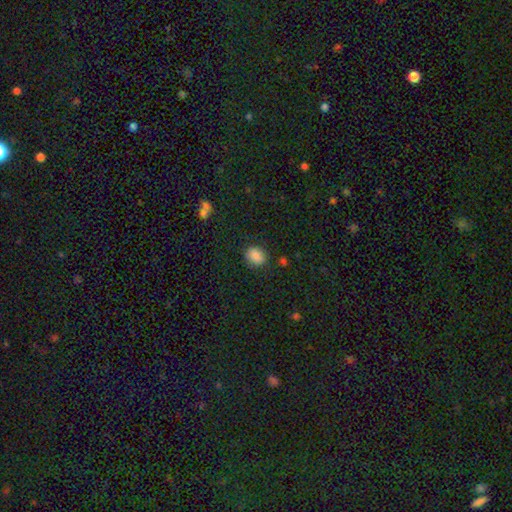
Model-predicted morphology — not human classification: Overall: smooth (86%). How rounded: round (51%; in between 48%). Merging: none (84%).